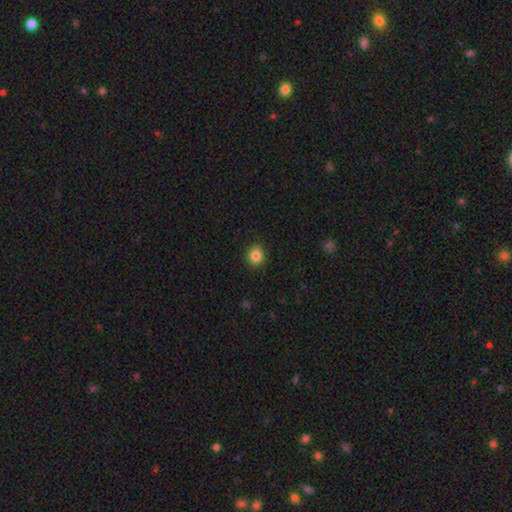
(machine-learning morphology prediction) Q: Smooth or featured?
A: smooth (85%); runner-up: star or artifact (10%)
Q: How rounded?
A: round (75%); runner-up: in between (24%)
Q: Merging?
A: none (90%); runner-up: minor disturbance (8%)